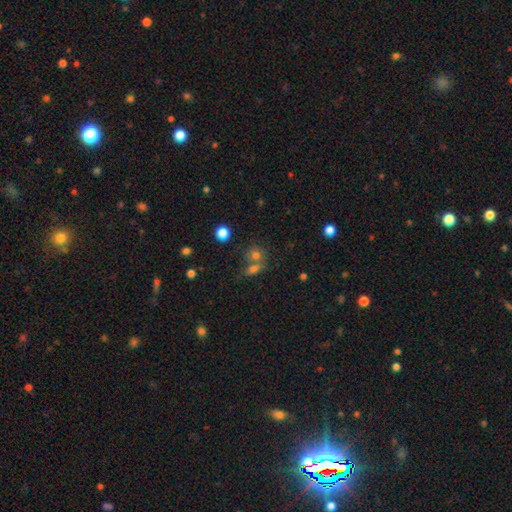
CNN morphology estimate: This is likely a smooth galaxy (68%). How rounded: likely round (67%). Merging: marginally merger (45%).